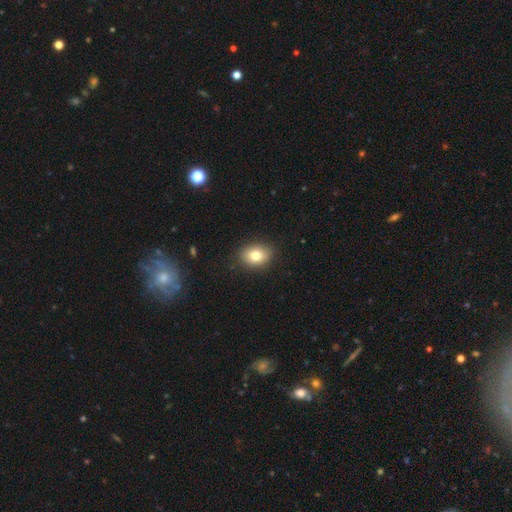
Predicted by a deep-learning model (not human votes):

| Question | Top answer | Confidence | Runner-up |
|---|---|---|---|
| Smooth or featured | smooth | 80% | featured or disk (11%) |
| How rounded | in between | 67% | round (32%) |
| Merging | none | 87% | minor disturbance (10%) |